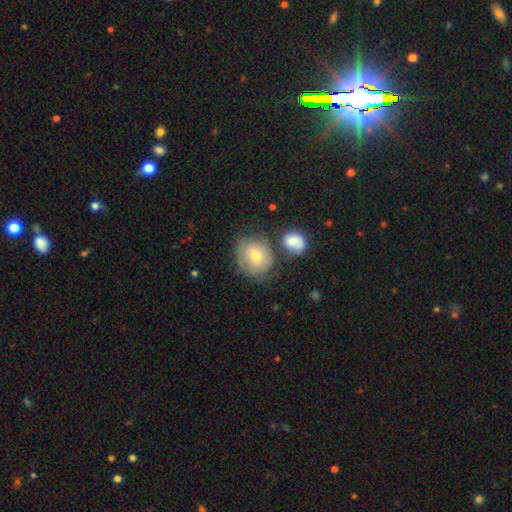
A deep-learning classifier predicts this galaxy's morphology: Smooth or featured? smooth (61%)
How rounded? round (72%)
Merging? none (58%)